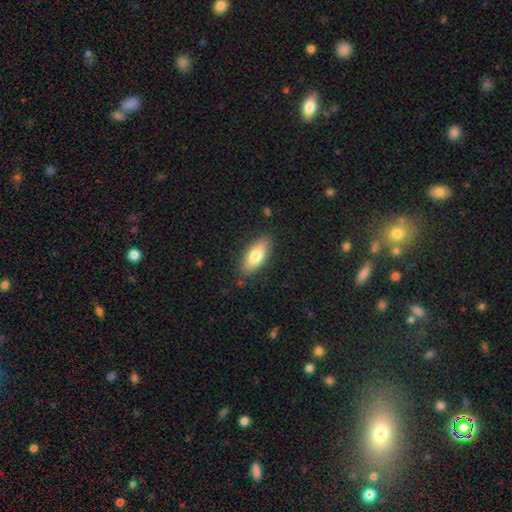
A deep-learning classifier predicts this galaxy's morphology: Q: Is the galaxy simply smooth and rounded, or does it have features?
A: smooth — 75%.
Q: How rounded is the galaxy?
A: in between — 79%.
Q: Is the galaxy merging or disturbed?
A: none — 85%.